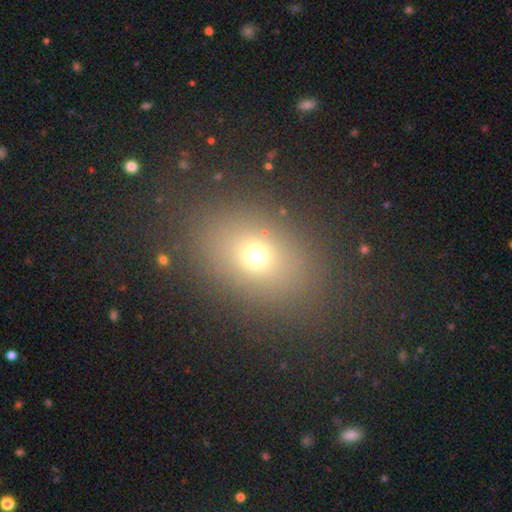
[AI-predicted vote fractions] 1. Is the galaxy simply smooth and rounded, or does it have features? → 67% smooth, 20% star or artifact, 13% featured or disk.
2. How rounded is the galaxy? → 59% in between, 39% round, 2% cigar-shaped.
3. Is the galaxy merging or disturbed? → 81% none, 10% minor disturbance, 6% major disturbance, 3% merger.